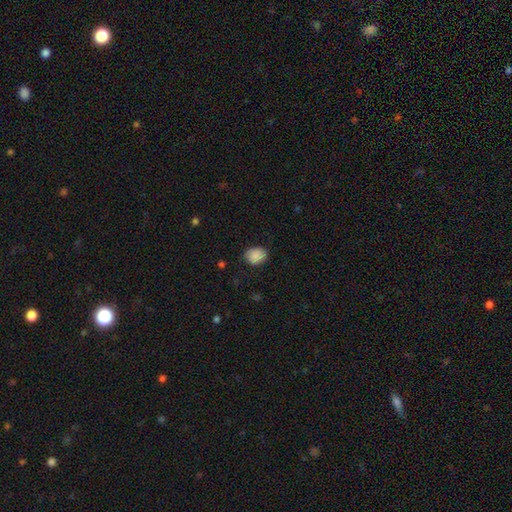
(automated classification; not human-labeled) Smooth or featured? smooth (84%)
How rounded? in between (53%)
Merging? none (75%)